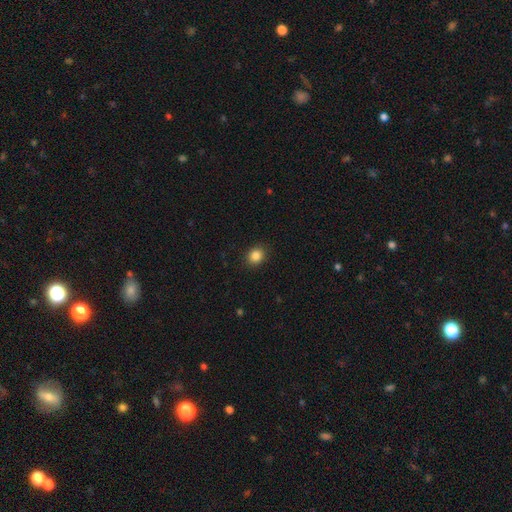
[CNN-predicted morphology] Q: Smooth or featured?
A: smooth (86%); runner-up: star or artifact (10%)
Q: How rounded?
A: round (67%); runner-up: in between (32%)
Q: Merging?
A: none (89%); runner-up: minor disturbance (7%)